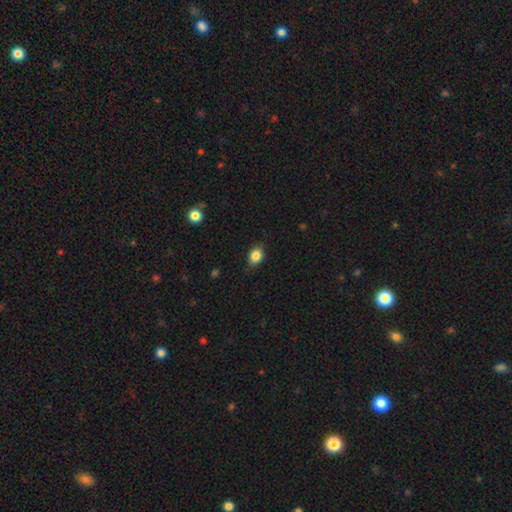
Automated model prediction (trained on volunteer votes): Smooth or featured? Predicted: smooth (p=0.86). How rounded? Predicted: in between (p=0.61). Merging? Predicted: none (p=0.82).